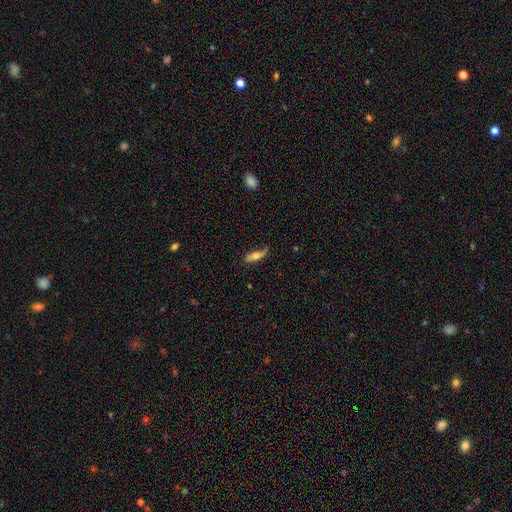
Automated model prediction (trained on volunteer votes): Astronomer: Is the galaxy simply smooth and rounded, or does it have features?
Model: smooth — 58% (runner-up: featured or disk, 35%).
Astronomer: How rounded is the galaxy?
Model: in between — 51% (runner-up: cigar-shaped, 46%).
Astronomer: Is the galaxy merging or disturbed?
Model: none — 53% (runner-up: minor disturbance, 32%).